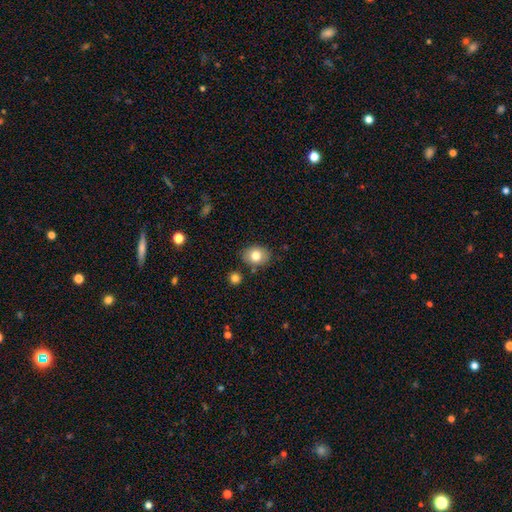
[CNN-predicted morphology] This appears to be a smooth galaxy with no disk features (78%) that is in between round and cigar-shaped (51%). Merging: none (81%).